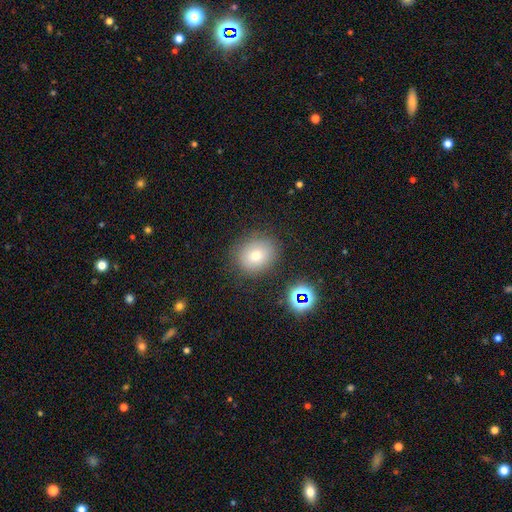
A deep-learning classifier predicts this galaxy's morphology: A smooth galaxy with no disk features (73%) that is round (68%).

Vote fractions:
- Smooth or featured? smooth: 73% / star or artifact: 15% / featured or disk: 13%
- How rounded? round: 68% / in between: 32% / cigar-shaped: 1%
- Merging? none: 82% / minor disturbance: 12% / major disturbance: 4% / merger: 3%